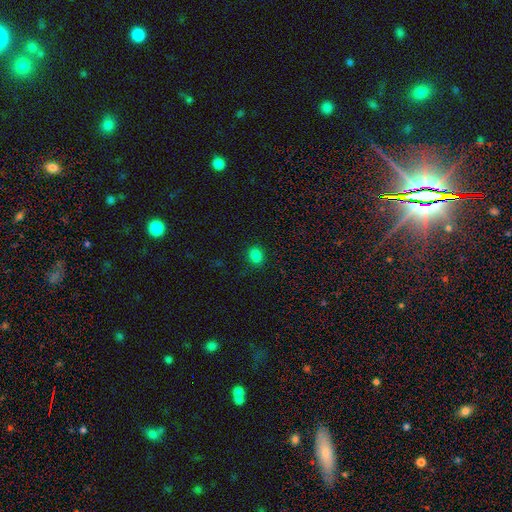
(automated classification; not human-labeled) smooth 83%, star or artifact 14%, featured or disk 3%. Down the decision tree: how rounded — round (55%); merging — none (88%).